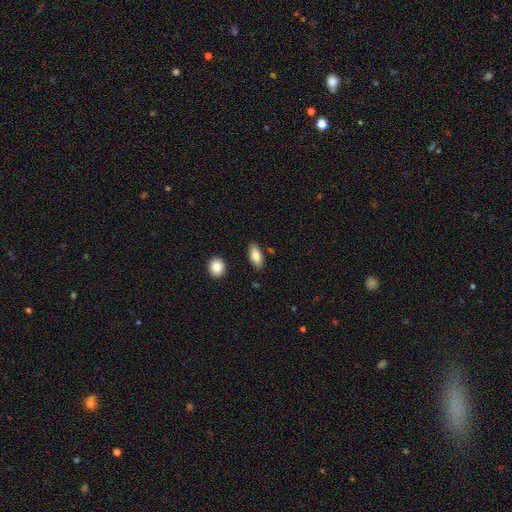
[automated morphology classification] Smooth or featured? smooth (81%)
How rounded? in between (86%)
Merging? none (85%)